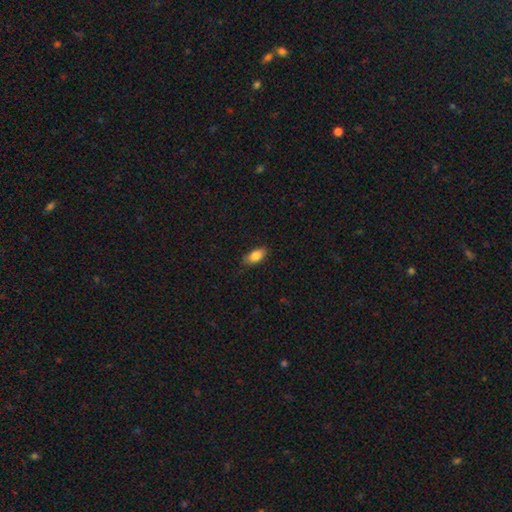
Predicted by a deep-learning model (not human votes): This is clearly a smooth galaxy (84%). How rounded: clearly in between (90%). Merging: clearly none (83%).